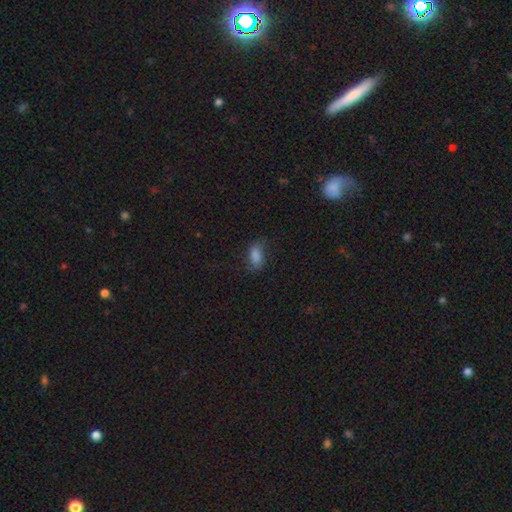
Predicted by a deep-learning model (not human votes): This appears to be a smooth galaxy with no disk features (80%) that is in between round and cigar-shaped (86%). Merging: none (66%).